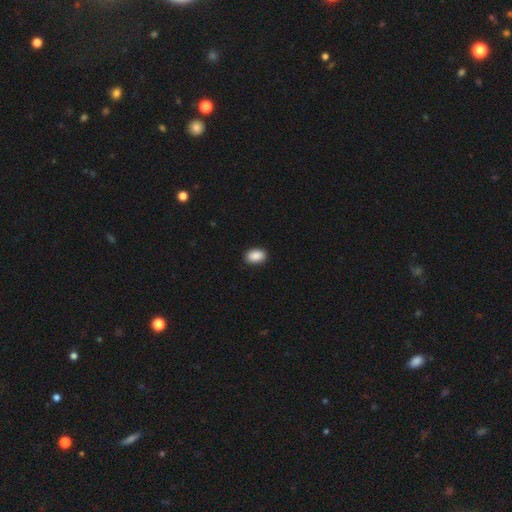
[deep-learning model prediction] Smooth or featured: smooth — 90% (star or artifact — 7%)
How rounded: in between — 87% (round — 12%)
Merging: none — 89% (minor disturbance — 9%)